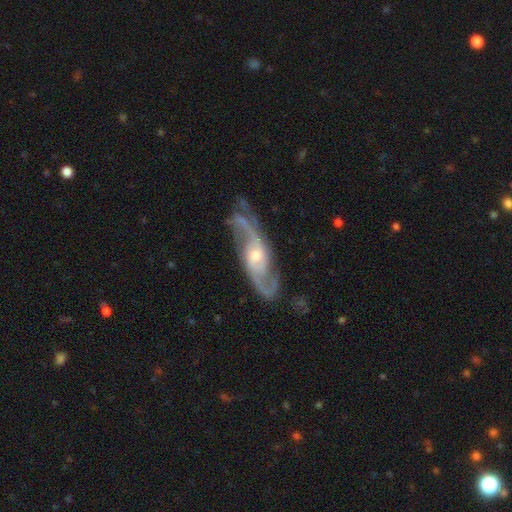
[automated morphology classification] Overall: featured or disk (90%). Edge-on disk: no (91%). Bar: no (56%; weak 34%). Spiral arms: yes (97%). Spiral arm count: 2 (83%). Spiral winding: medium (51%; loose 29%). Bulge size: moderate (58%; small 36%). Merging: none (73%).